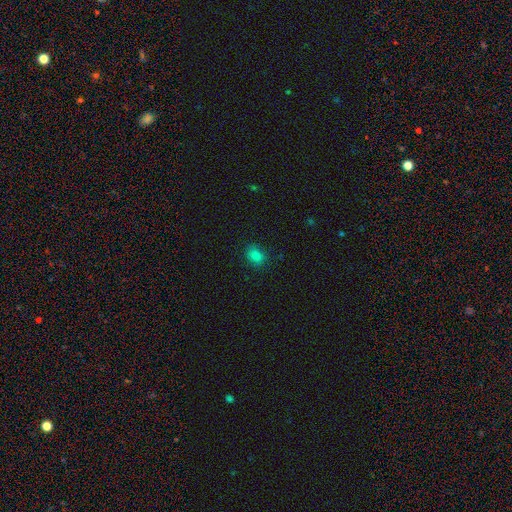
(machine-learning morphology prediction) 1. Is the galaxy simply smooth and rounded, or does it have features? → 82% smooth, 14% star or artifact, 4% featured or disk.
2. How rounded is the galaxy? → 67% in between, 31% round, 1% cigar-shaped.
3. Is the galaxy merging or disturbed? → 84% none, 12% minor disturbance, 3% major disturbance, 1% merger.